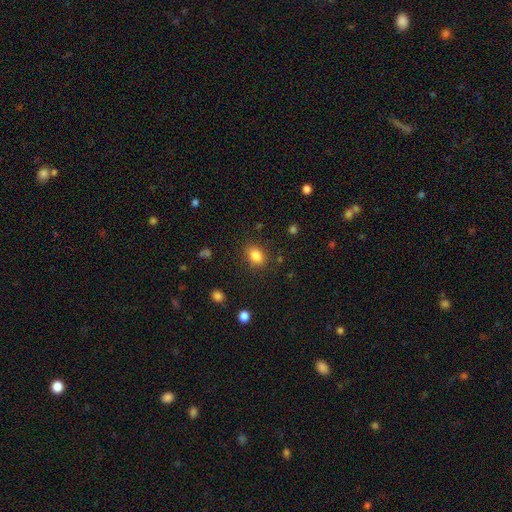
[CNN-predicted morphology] Smooth or featured: smooth — 84% (star or artifact — 10%)
How rounded: in between — 68% (round — 30%)
Merging: none — 84% (minor disturbance — 11%)